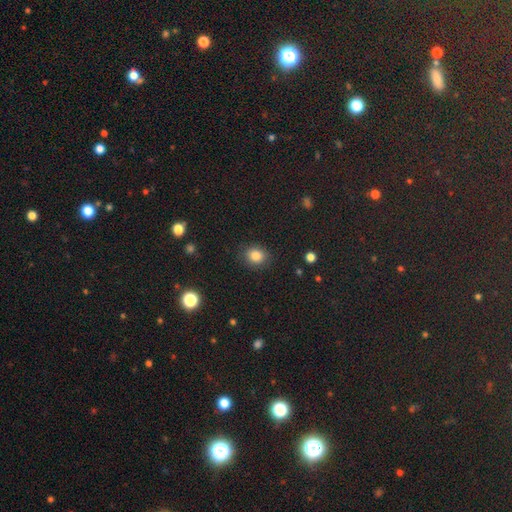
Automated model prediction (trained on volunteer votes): Smooth or featured? Predicted: smooth (p=0.83). How rounded? Predicted: round (p=0.67). Merging? Predicted: none (p=0.86).